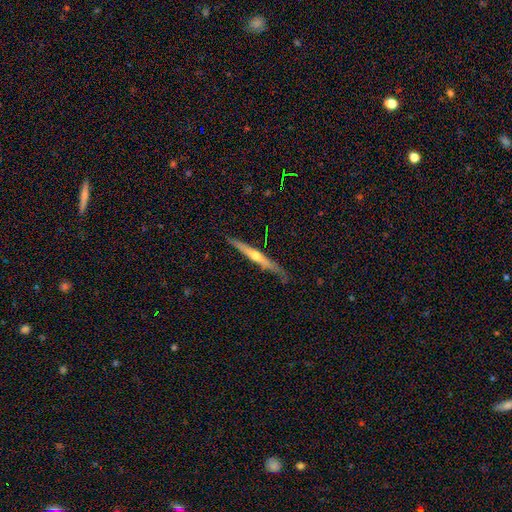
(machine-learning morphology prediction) Overall: featured or disk (68%). Edge-on disk: yes (96%). Edge-on bulge: rounded (80%). Merging: none (83%).